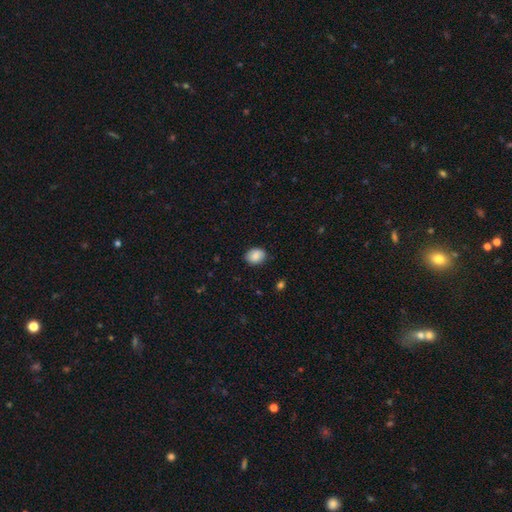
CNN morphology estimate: A smooth galaxy with no disk features (85%) that is in between round and cigar-shaped (56%).

Vote fractions:
- Smooth or featured? smooth: 85% / star or artifact: 8% / featured or disk: 7%
- How rounded? in between: 56% / round: 43% / cigar-shaped: 1%
- Merging? none: 85% / minor disturbance: 11% / major disturbance: 2% / merger: 1%